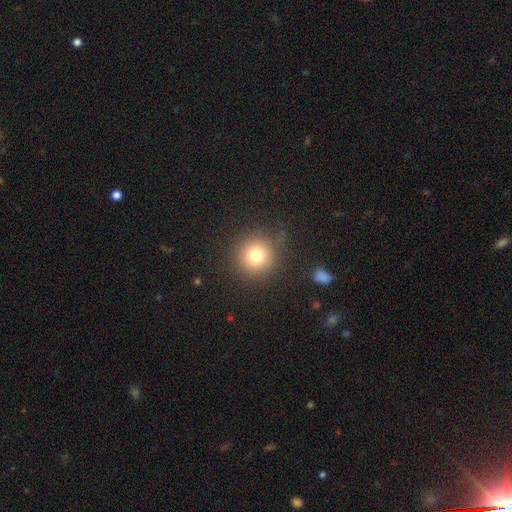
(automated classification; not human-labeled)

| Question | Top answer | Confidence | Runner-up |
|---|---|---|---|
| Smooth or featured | smooth | 76% | star or artifact (14%) |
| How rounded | round | 94% | in between (6%) |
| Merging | none | 86% | minor disturbance (9%) |